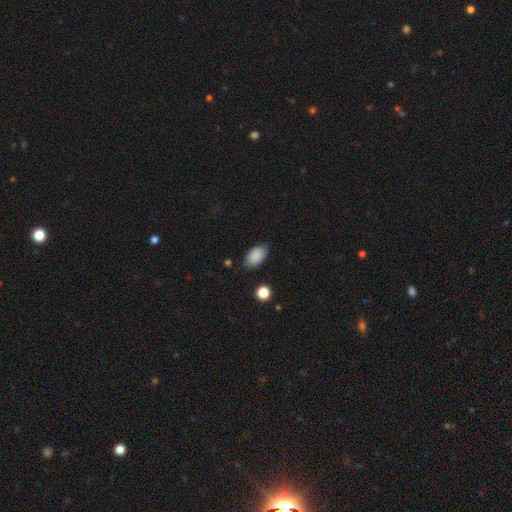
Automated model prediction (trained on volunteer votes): Morphology: type=smooth (88%); roundness=in between (92%); merging=none (81%).